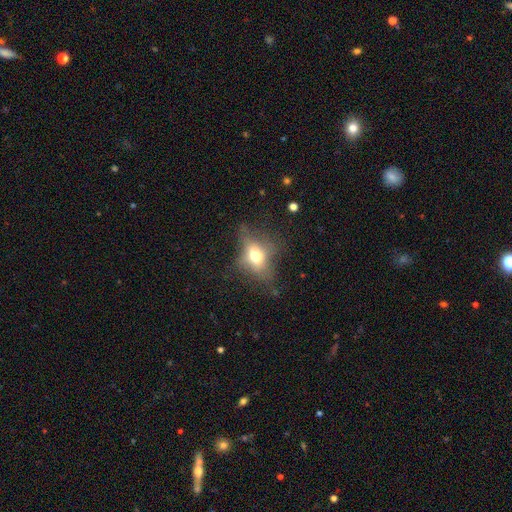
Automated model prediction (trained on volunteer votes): Smooth or featured? Predicted: smooth (p=0.56). How rounded? Predicted: in between (p=0.70). Merging? Predicted: none (p=0.50).